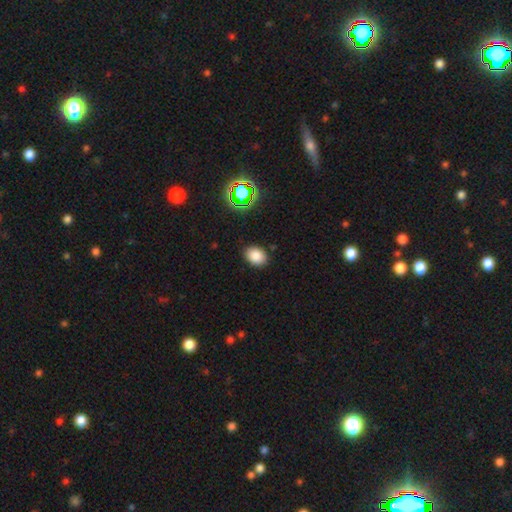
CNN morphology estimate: Overall: smooth (82%). How rounded: in between (69%; round 30%). Merging: none (87%).